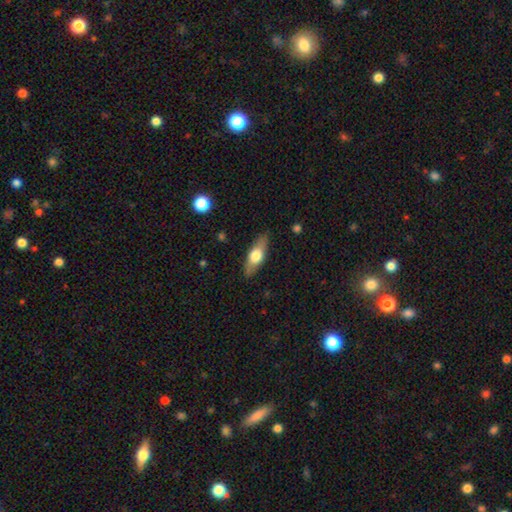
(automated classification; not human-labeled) Smooth or featured? Predicted: smooth (p=0.55). How rounded? Predicted: in between (p=0.61). Merging? Predicted: none (p=0.86).